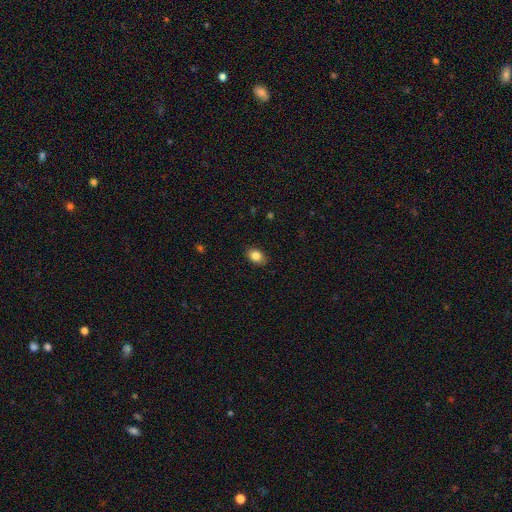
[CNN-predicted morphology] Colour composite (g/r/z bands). It shows a smooth galaxy with no disk features (86%) that is in between round and cigar-shaped (79%). Merging: none (86%).